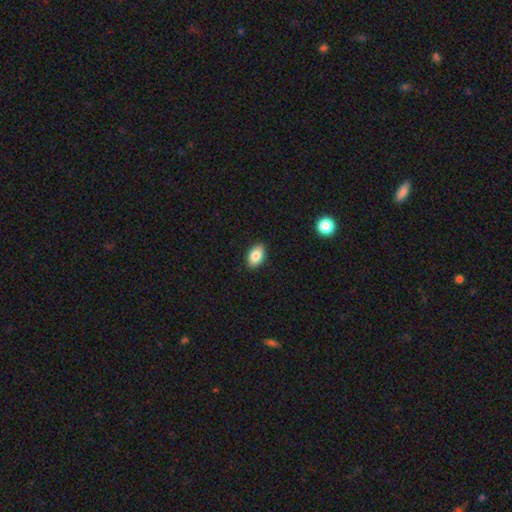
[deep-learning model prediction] Smooth or featured? Predicted: smooth (p=0.85). How rounded? Predicted: in between (p=0.90). Merging? Predicted: none (p=0.90).